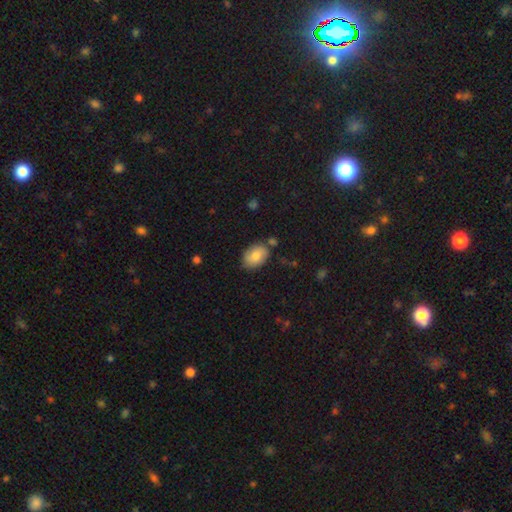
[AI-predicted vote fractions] Morphology: type=smooth (79%); roundness=in between (84%); merging=none (74%).